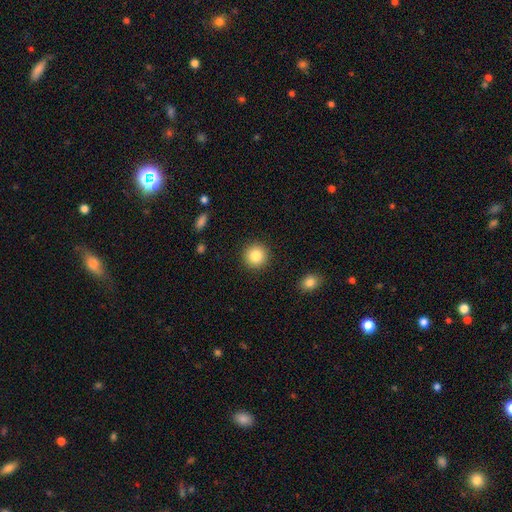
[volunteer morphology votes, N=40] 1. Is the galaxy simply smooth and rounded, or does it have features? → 82% smooth, 10% star or artifact, 8% featured or disk.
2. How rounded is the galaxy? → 100% round, 0% in between, 0% cigar-shaped.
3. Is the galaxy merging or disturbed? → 89% none, 6% major disturbance, 3% minor disturbance, 3% merger.